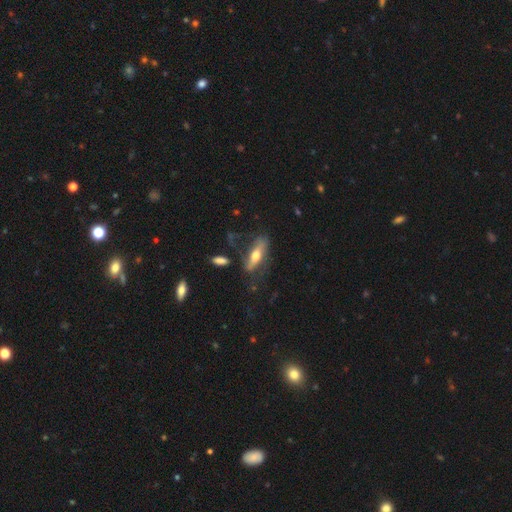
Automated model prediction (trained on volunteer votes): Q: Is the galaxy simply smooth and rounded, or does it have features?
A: featured or disk — 50%.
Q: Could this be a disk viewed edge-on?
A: yes — 51%.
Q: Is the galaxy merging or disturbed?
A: none — 50%.